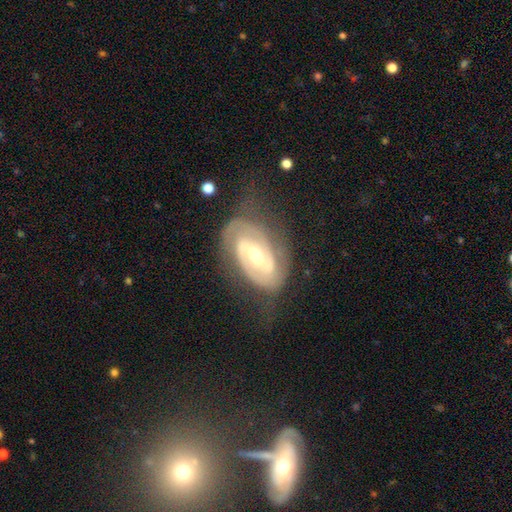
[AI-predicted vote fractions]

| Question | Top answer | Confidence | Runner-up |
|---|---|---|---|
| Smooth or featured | featured or disk | 88% | smooth (7%) |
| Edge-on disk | no | 96% | yes (4%) |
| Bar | weak | 44% | no (30%) |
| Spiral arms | yes | 96% | no (4%) |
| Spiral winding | tight | 56% | medium (36%) |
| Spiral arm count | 2 | 76% | can't tell (10%) |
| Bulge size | moderate | 57% | small (38%) |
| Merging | none | 64% | minor disturbance (21%) |